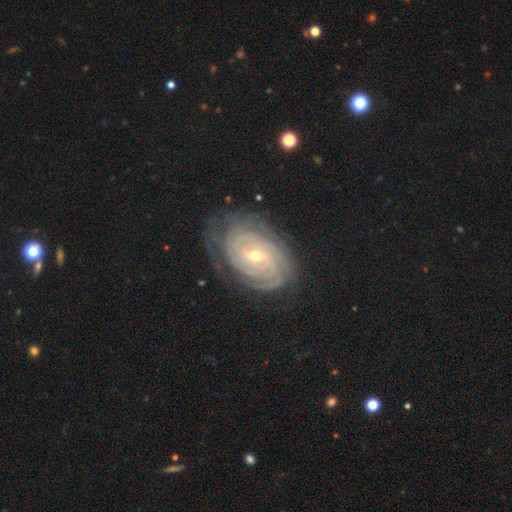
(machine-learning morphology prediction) Smooth or featured?
  - featured or disk: 86% *
  - smooth: 8%
  - star or artifact: 6%
Edge-on disk?
  - no: 96% *
  - yes: 4%
Bar?
  - weak: 44% *
  - no: 40%
  - strong: 16%
Spiral arms?
  - yes: 95% *
  - no: 5%
Spiral winding?
  - tight: 84% *
  - medium: 13%
  - loose: 3%
Spiral arm count?
  - can't tell: 42% *
  - 2: 16%
  - 4: 15%
  - 3: 13%
  - more than 4: 8%
  - 1: 5%
Bulge size?
  - small: 54% *
  - moderate: 44%
  - large: 1%
  - none: 1%
  - dominant: 1%
Merging?
  - none: 70% *
  - minor disturbance: 20%
  - major disturbance: 9%
  - merger: 1%